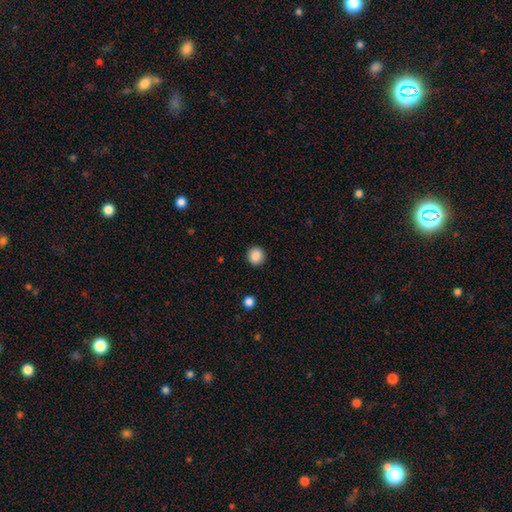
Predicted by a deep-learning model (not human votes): smooth_or_featured: smooth (p=0.88) [alt: star or artifact p=0.09]
how_rounded: round (p=0.91) [alt: in between p=0.09]
merging: none (p=0.91) [alt: minor disturbance p=0.06]